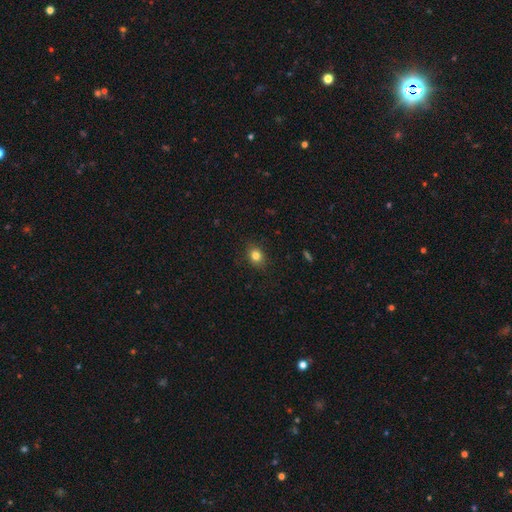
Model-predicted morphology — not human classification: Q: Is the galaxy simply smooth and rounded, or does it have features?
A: smooth — 82%.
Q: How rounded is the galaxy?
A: round — 56%.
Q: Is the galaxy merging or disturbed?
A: none — 88%.